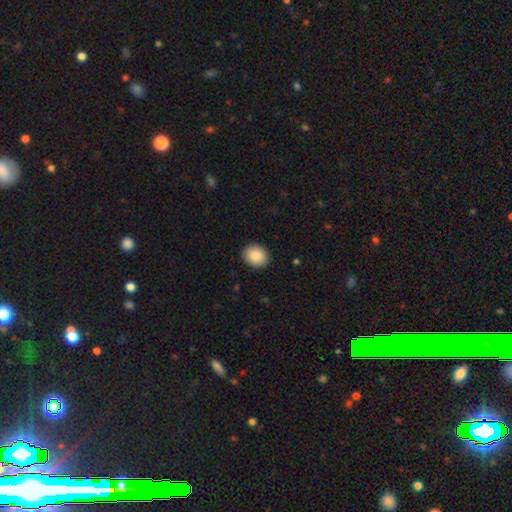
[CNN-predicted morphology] smooth_or_featured: smooth (p=0.87) [alt: star or artifact p=0.07]
how_rounded: round (p=0.56) [alt: in between p=0.44]
merging: none (p=0.90) [alt: minor disturbance p=0.07]